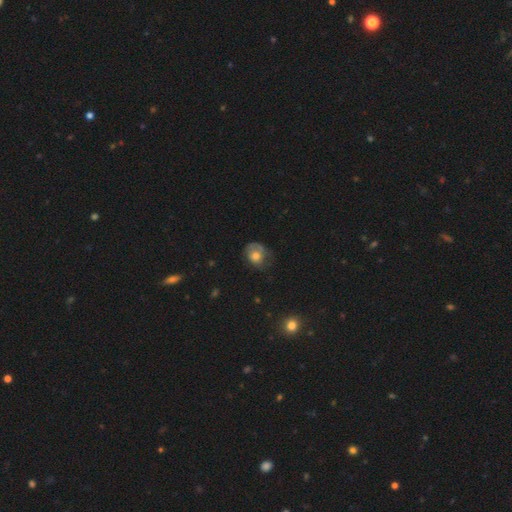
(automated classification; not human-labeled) A smooth galaxy with no disk features (57%) that is round (58%).

Vote fractions:
- Smooth or featured? smooth: 57% / featured or disk: 34% / star or artifact: 9%
- How rounded? round: 58% / in between: 41% / cigar-shaped: 1%
- Merging? none: 47% / minor disturbance: 30% / major disturbance: 21% / merger: 2%